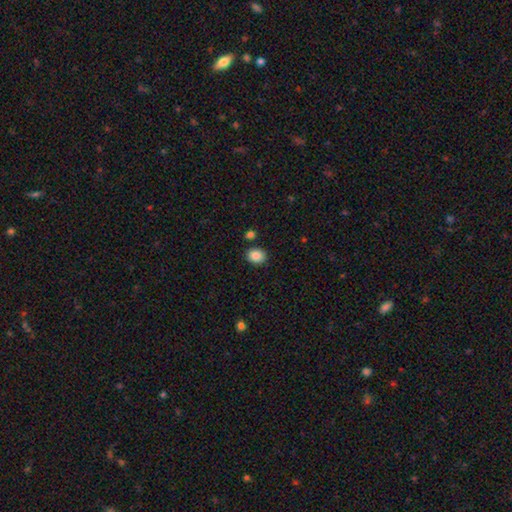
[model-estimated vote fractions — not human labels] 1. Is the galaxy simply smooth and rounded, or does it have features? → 88% smooth, 9% star or artifact, 4% featured or disk.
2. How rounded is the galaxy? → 54% round, 45% in between, 1% cigar-shaped.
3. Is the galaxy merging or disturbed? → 84% none, 9% minor disturbance, 4% merger, 3% major disturbance.